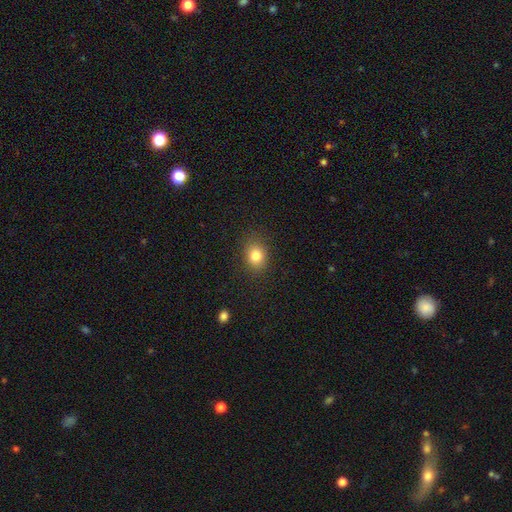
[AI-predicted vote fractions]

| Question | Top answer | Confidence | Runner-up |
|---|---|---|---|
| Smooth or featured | smooth | 82% | star or artifact (11%) |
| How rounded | round | 51% | in between (48%) |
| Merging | none | 85% | minor disturbance (11%) |